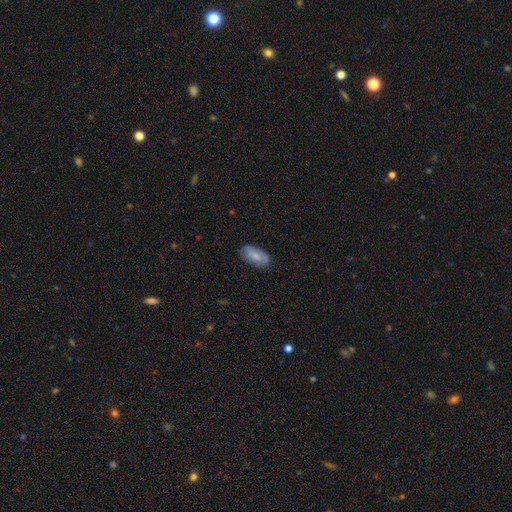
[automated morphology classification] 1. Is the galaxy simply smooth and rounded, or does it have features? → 76% smooth, 18% featured or disk, 6% star or artifact.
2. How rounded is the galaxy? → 90% in between, 7% cigar-shaped, 3% round.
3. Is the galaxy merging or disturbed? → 79% none, 17% minor disturbance, 3% major disturbance, 1% merger.